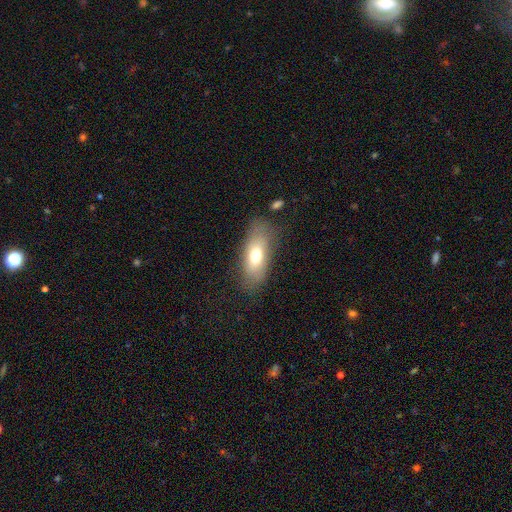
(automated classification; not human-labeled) Smooth or featured? Predicted: smooth (p=0.68). How rounded? Predicted: in between (p=0.77). Merging? Predicted: none (p=0.74).